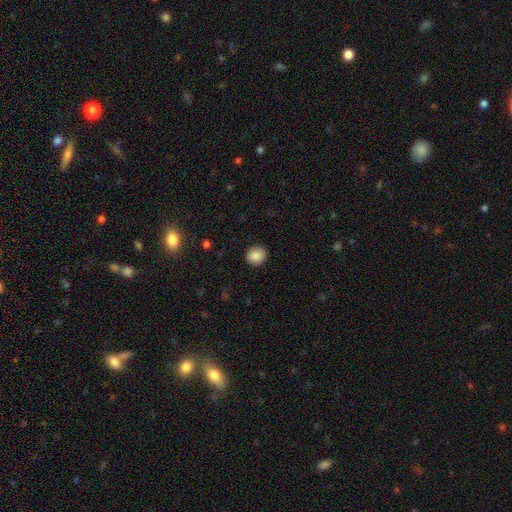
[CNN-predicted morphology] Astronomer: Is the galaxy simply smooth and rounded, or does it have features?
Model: smooth — 88%.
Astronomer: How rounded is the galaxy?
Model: round — 82%.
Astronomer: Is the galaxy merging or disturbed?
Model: none — 91%.